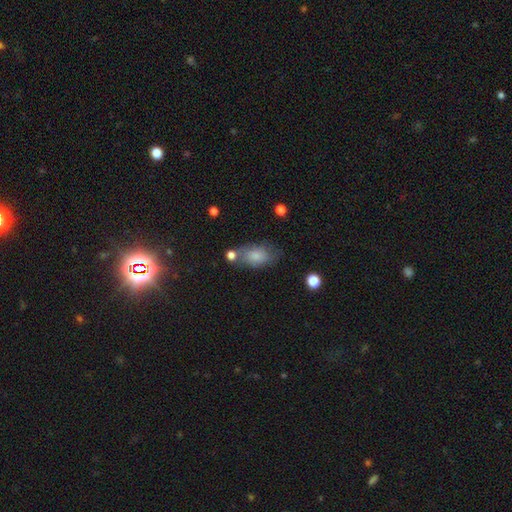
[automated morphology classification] Smooth or featured: smooth — 77% (featured or disk — 15%)
How rounded: in between — 88% (round — 8%)
Merging: none — 58% (minor disturbance — 23%)